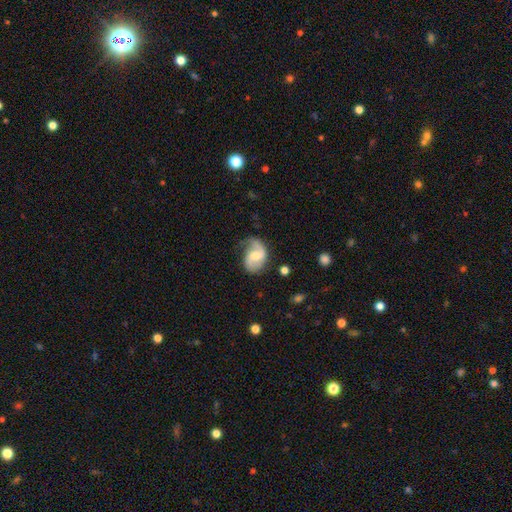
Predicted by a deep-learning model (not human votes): Smooth or featured?
  - featured or disk: 72% *
  - smooth: 22%
  - star or artifact: 6%
Edge-on disk?
  - no: 97% *
  - yes: 3%
Bar?
  - weak: 48% *
  - no: 37%
  - strong: 15%
Spiral arms?
  - yes: 93% *
  - no: 7%
Spiral winding?
  - loose: 43% *
  - medium: 41%
  - tight: 15%
Spiral arm count?
  - 2: 73% *
  - 1: 18%
  - can't tell: 6%
  - 3: 1%
  - 4: 1%
  - more than 4: 1%
Bulge size?
  - moderate: 47% *
  - small: 35%
  - none: 9%
  - large: 7%
  - dominant: 1%
Merging?
  - none: 54% *
  - minor disturbance: 27%
  - major disturbance: 16%
  - merger: 2%